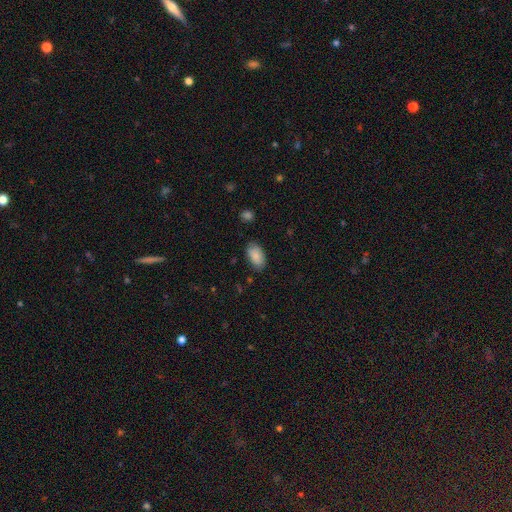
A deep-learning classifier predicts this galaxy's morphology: A smooth galaxy with no disk features (86%) that is in between round and cigar-shaped (94%).

Vote fractions:
- Smooth or featured? smooth: 86% / featured or disk: 7% / star or artifact: 7%
- How rounded? in between: 94% / round: 4% / cigar-shaped: 2%
- Merging? none: 80% / minor disturbance: 16% / major disturbance: 3% / merger: 1%